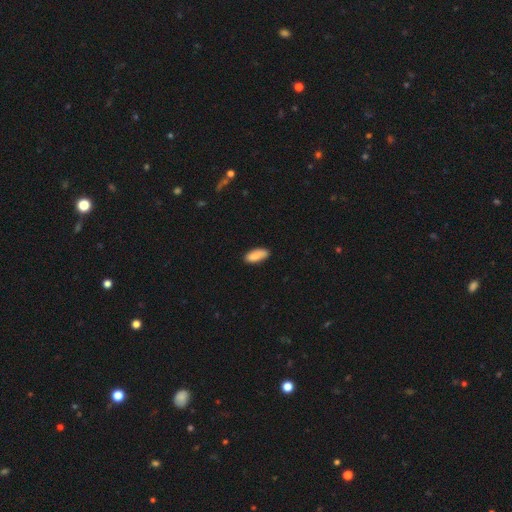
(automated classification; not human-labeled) Smooth or featured? Predicted: smooth (p=0.89). How rounded? Predicted: in between (p=0.79). Merging? Predicted: none (p=0.81).